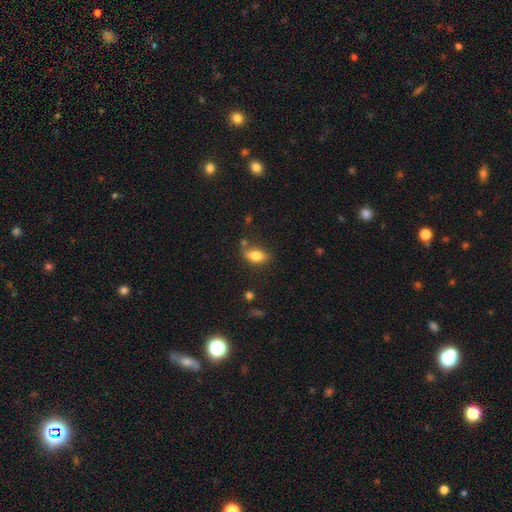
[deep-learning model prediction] Morphology: type=smooth (81%); roundness=in between (86%); merging=none (72%).